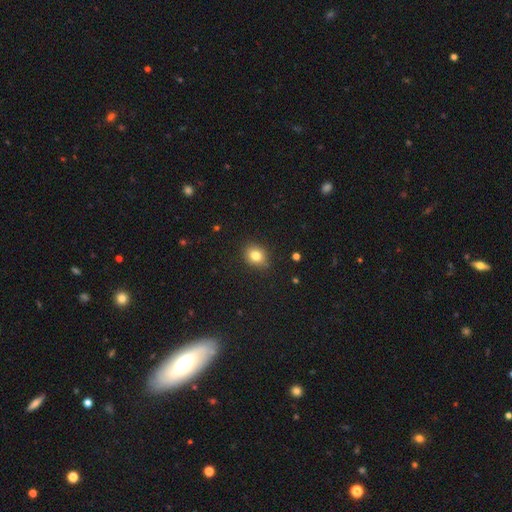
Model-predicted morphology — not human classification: Smooth or featured? smooth (81%)
How rounded? round (56%)
Merging? none (84%)